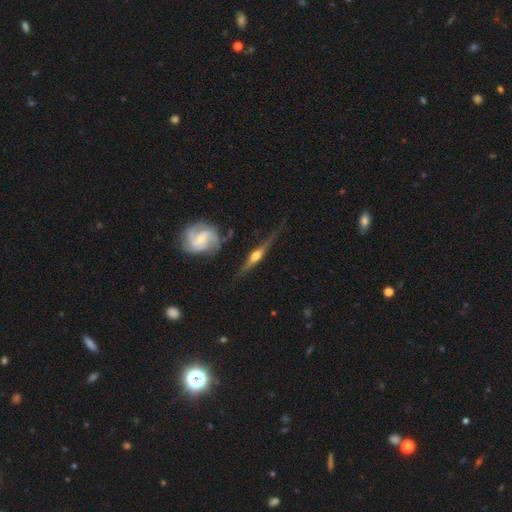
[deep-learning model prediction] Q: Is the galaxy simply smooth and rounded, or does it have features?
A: featured or disk — 81%.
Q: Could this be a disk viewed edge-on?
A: yes — 92%.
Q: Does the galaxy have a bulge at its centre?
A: rounded — 92%.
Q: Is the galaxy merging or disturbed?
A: none — 71%.